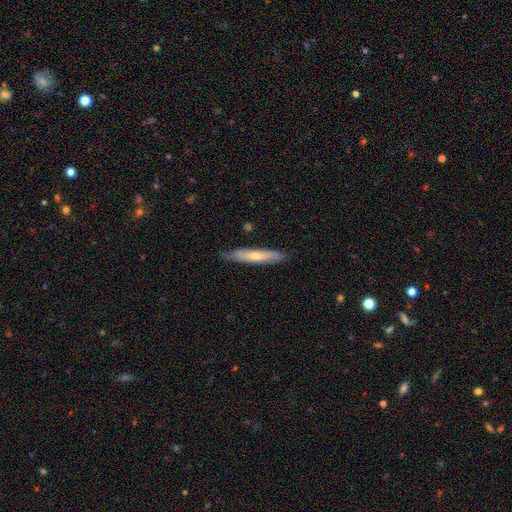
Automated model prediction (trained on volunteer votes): Smooth or featured? Predicted: smooth (p=0.52). How rounded? Predicted: cigar-shaped (p=0.90). Merging? Predicted: none (p=0.79).